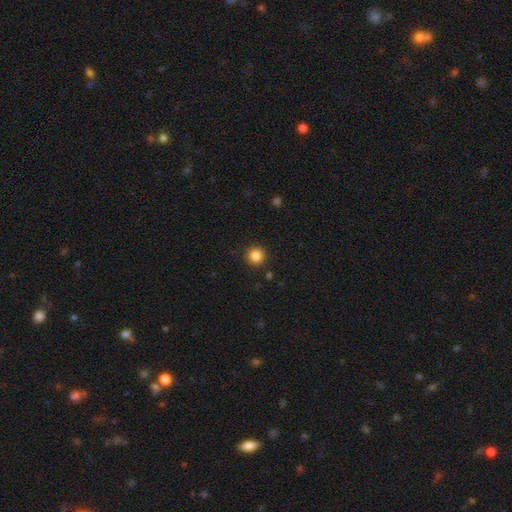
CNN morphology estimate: A smooth galaxy with no disk features (85%) that is round (95%).

Vote fractions:
- Smooth or featured? smooth: 85% / star or artifact: 11% / featured or disk: 4%
- How rounded? round: 95% / in between: 4% / cigar-shaped: 1%
- Merging? none: 92% / minor disturbance: 5% / major disturbance: 2% / merger: 1%